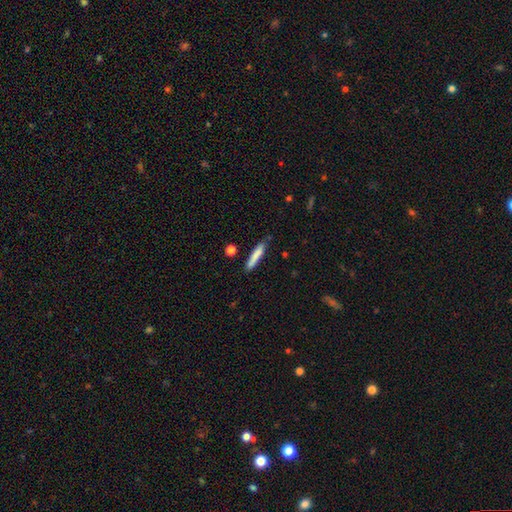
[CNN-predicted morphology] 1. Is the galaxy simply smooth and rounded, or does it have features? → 80% smooth, 14% featured or disk, 7% star or artifact.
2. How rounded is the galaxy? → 92% cigar-shaped, 7% in between, 1% round.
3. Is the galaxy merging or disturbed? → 82% none, 13% minor disturbance, 3% merger, 2% major disturbance.